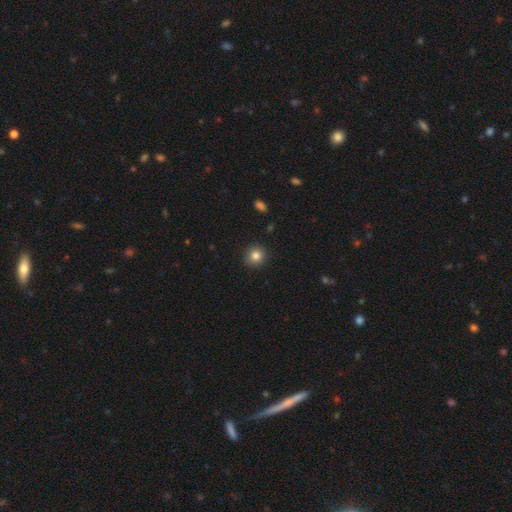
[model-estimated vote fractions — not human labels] smooth-or-featured: smooth: 84% | star or artifact: 10% | featured or disk: 6%
  how-rounded: round: 90% | in between: 9% | cigar-shaped: 1%
  merging: none: 90% | minor disturbance: 7% | major disturbance: 2% | merger: 1%